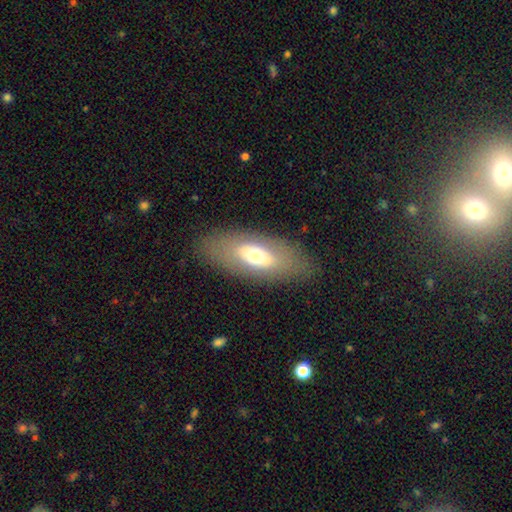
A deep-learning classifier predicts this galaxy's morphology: This is possibly a smooth galaxy (56%). How rounded: clearly in between (84%). Merging: clearly none (83%).